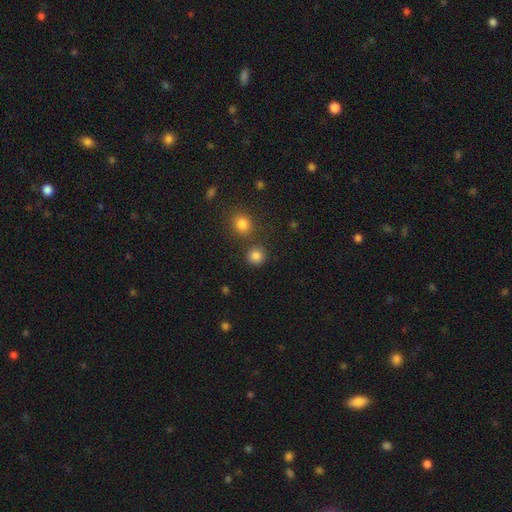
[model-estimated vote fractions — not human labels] Smooth or featured? smooth (83%)
How rounded? round (90%)
Merging? none (79%)